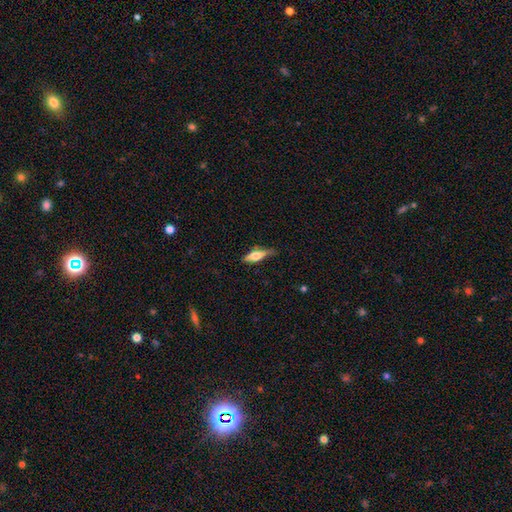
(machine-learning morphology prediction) Overall: smooth (51%; featured or disk 43%). How rounded: cigar-shaped (59%; in between 38%). Merging: none (67%).